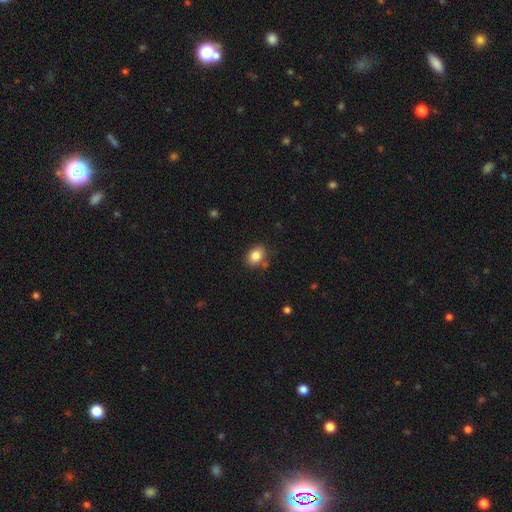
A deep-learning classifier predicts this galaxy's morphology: Overall: smooth (84%). How rounded: in between (64%; round 35%). Merging: none (78%).